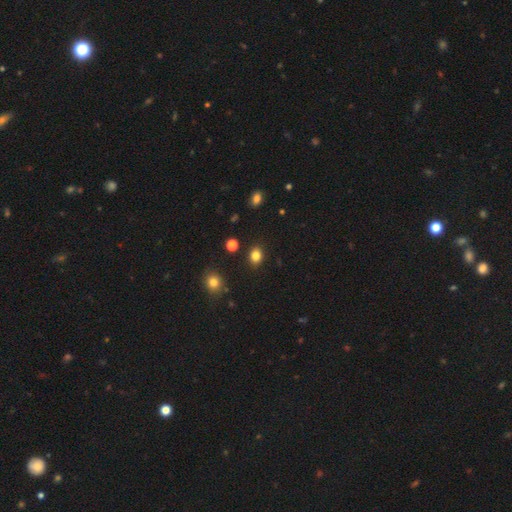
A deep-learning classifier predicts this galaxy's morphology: Smooth or featured: smooth — 83% (star or artifact — 12%)
How rounded: in between — 51% (round — 48%)
Merging: none — 88% (minor disturbance — 8%)